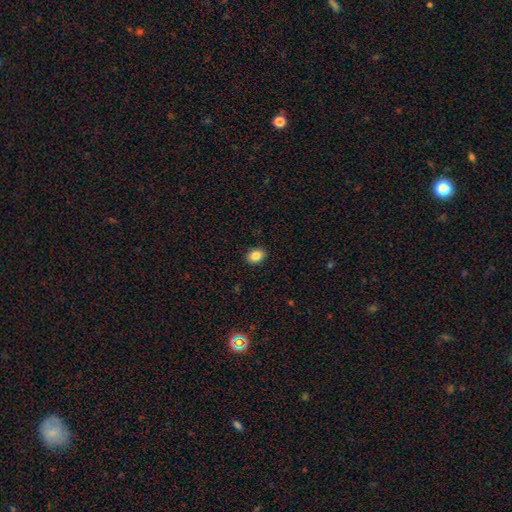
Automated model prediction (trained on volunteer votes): This appears to be a smooth galaxy with no disk features (86%) that is in between round and cigar-shaped (60%). Merging: none (90%).